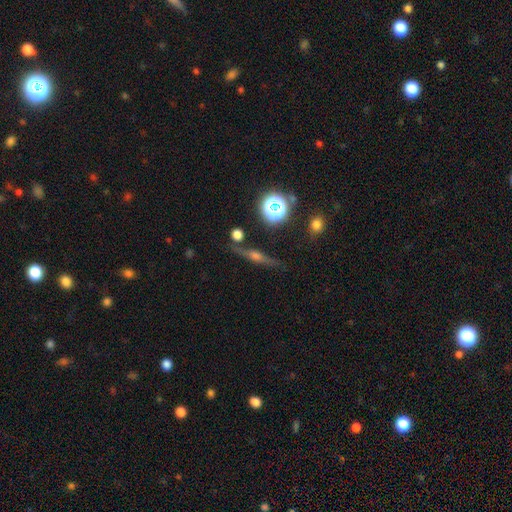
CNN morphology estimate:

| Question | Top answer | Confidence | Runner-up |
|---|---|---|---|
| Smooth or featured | featured or disk | 70% | smooth (17%) |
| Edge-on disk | yes | 95% | no (5%) |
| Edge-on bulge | rounded | 89% | boxy (7%) |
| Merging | none | 85% | minor disturbance (9%) |